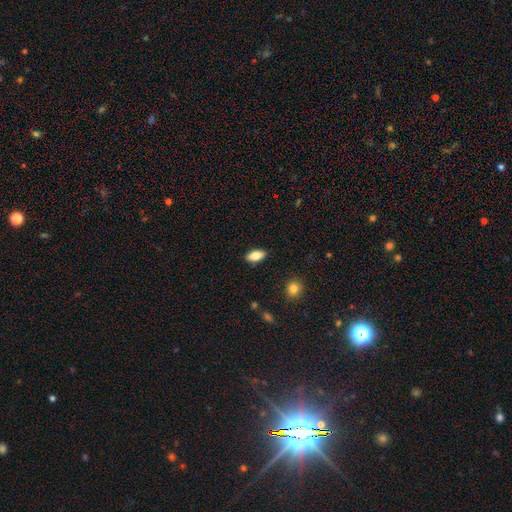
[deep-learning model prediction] Smooth or featured? smooth (79%)
How rounded? in between (86%)
Merging? none (88%)